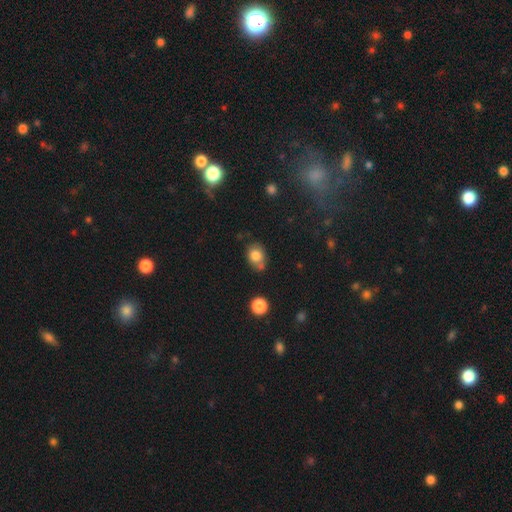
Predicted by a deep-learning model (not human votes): smooth 80%, star or artifact 10%, featured or disk 10%. Down the decision tree: how rounded — in between (51%); merging — none (56%).